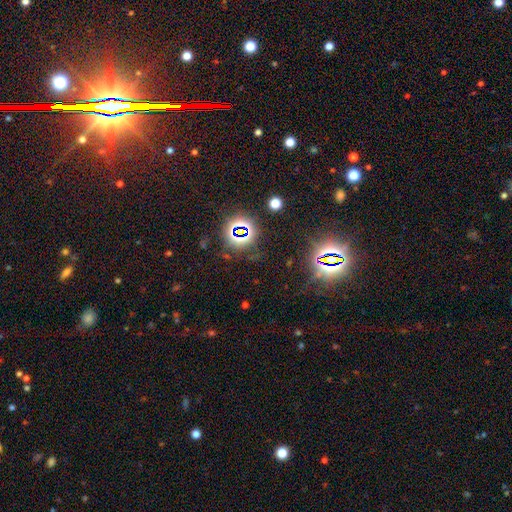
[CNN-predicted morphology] Smooth or featured?
  - star or artifact: 79% *
  - smooth: 13%
  - featured or disk: 8%